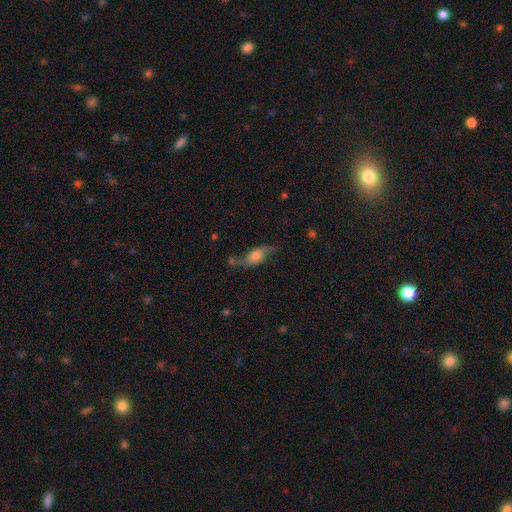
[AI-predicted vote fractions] Smooth or featured? featured or disk (57%)
Edge-on disk? no (76%)
Merging? none (52%)